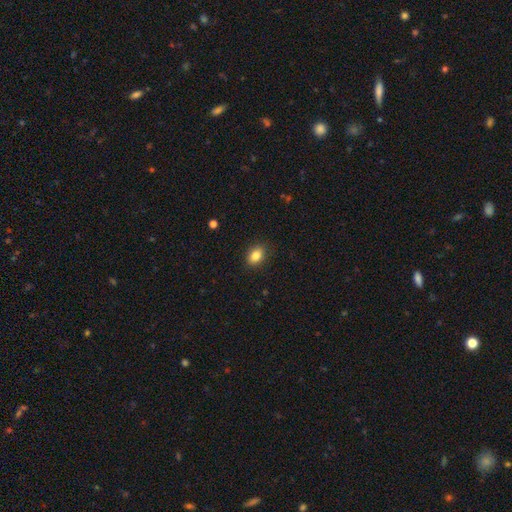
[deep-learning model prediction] Q: Smooth or featured?
A: smooth (85%); runner-up: star or artifact (9%)
Q: How rounded?
A: in between (74%); runner-up: round (24%)
Q: Merging?
A: none (88%); runner-up: minor disturbance (9%)